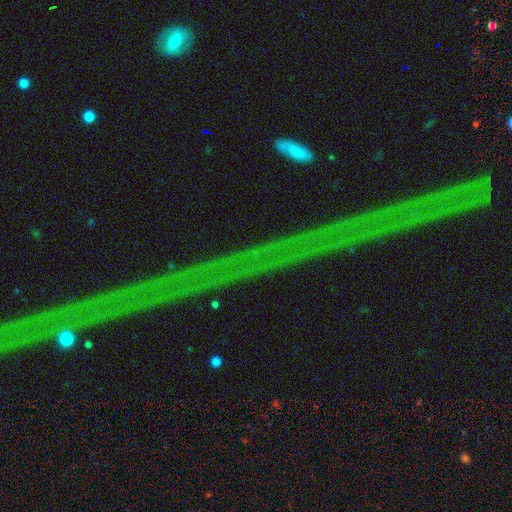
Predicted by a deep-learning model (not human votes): Smooth or featured: star or artifact — 81% (featured or disk — 11%)